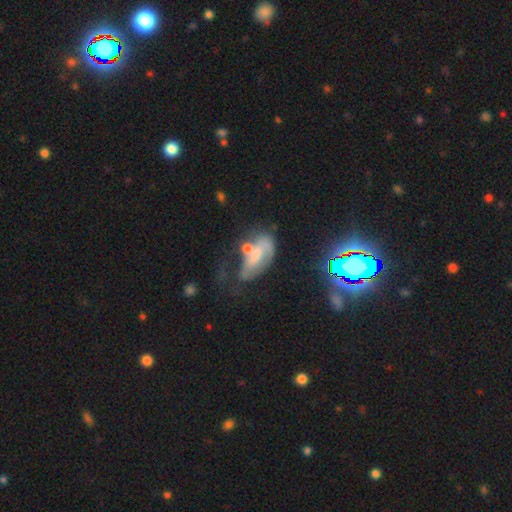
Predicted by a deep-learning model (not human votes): A featured or disk galaxy (48%). Merging: none (31%).